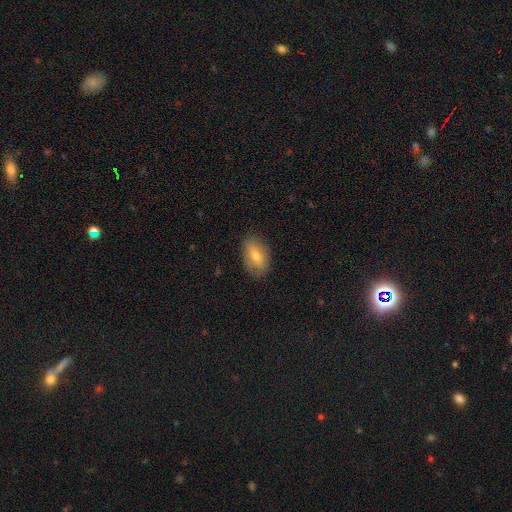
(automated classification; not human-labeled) Overall: smooth (67%). How rounded: in between (88%). Merging: none (84%).